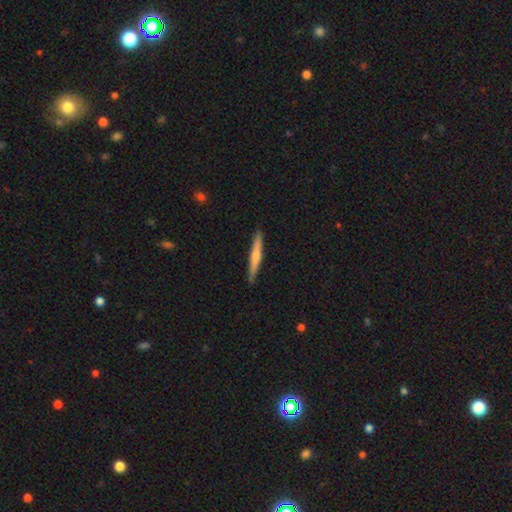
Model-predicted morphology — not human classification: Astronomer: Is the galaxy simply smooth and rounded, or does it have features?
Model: smooth — 56% (runner-up: featured or disk, 39%).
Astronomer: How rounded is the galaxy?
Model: cigar-shaped — 96%.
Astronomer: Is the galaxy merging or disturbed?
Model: none — 88%.